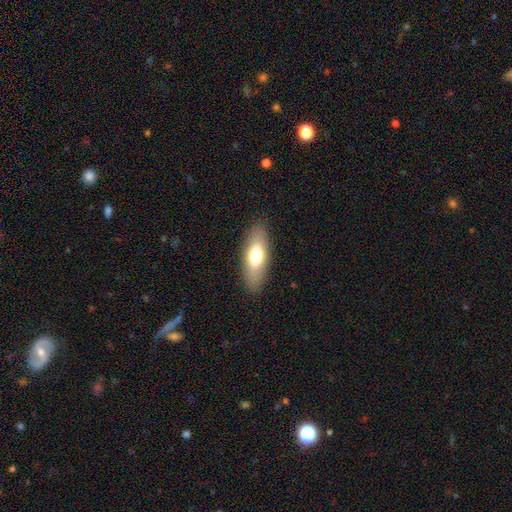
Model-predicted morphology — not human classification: The model was most divided on "how rounded": in between: 70%, cigar-shaped: 28%, round: 3%. More confident: merging — none (87%); smooth or featured — smooth (68%).